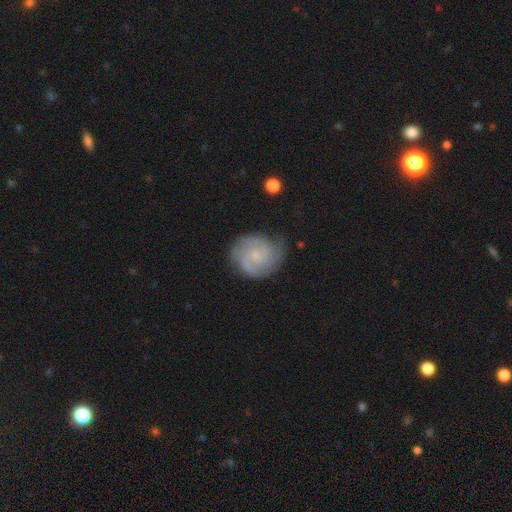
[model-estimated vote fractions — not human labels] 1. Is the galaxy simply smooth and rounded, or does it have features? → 75% featured or disk, 19% smooth, 6% star or artifact.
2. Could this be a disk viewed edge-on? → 98% no, 2% yes.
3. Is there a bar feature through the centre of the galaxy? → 70% no, 27% weak, 3% strong.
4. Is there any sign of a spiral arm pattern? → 94% yes, 6% no.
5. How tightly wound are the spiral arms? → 52% tight, 38% medium, 10% loose.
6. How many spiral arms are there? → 44% 2, 22% 3, 21% can't tell, 5% 4, 4% 1, 4% more than 4.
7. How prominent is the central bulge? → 72% small, 19% moderate, 7% none, 1% large, 1% dominant.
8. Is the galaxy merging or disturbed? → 68% none, 23% minor disturbance, 7% major disturbance, 2% merger.